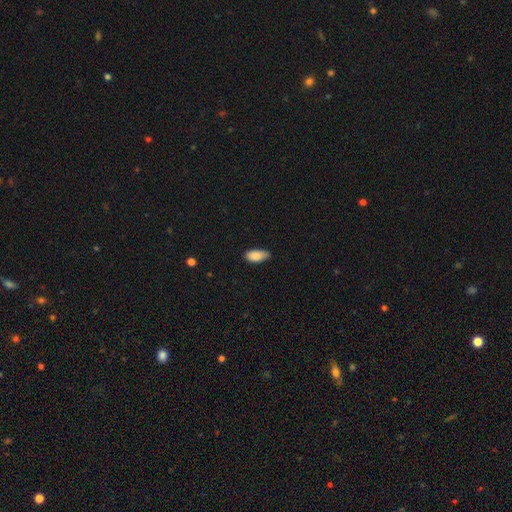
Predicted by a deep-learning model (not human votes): A smooth galaxy with no disk features (86%) that is in between round and cigar-shaped (91%).

Vote fractions:
- Smooth or featured? smooth: 86% / featured or disk: 7% / star or artifact: 7%
- How rounded? in between: 91% / cigar-shaped: 7% / round: 2%
- Merging? none: 74% / minor disturbance: 22% / major disturbance: 3% / merger: 1%